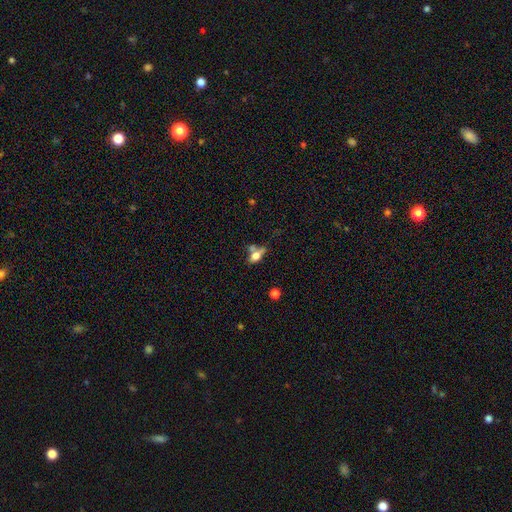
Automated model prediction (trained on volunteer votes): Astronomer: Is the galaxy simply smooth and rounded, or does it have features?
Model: smooth — 63%.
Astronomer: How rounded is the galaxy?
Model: in between — 74%.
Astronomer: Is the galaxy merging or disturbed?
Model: none — 39% (runner-up: merger, 31%).